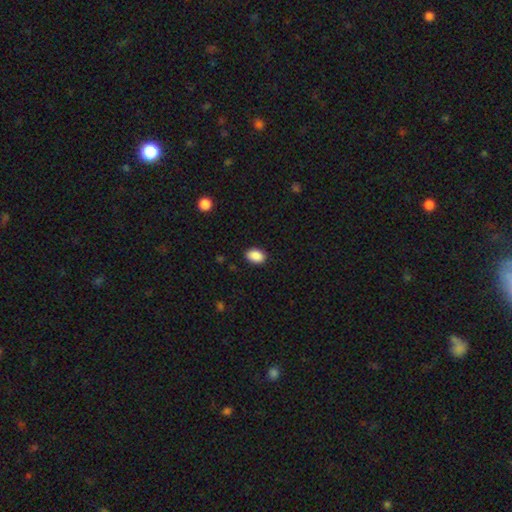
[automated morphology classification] Smooth or featured? Predicted: smooth (p=0.90). How rounded? Predicted: in between (p=0.83). Merging? Predicted: none (p=0.88).